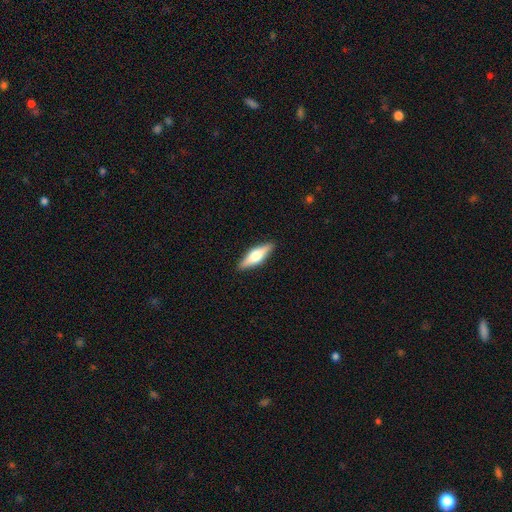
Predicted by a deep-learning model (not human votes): smooth 48%, featured or disk 46%, star or artifact 6%. Down the decision tree: merging — none (90%).